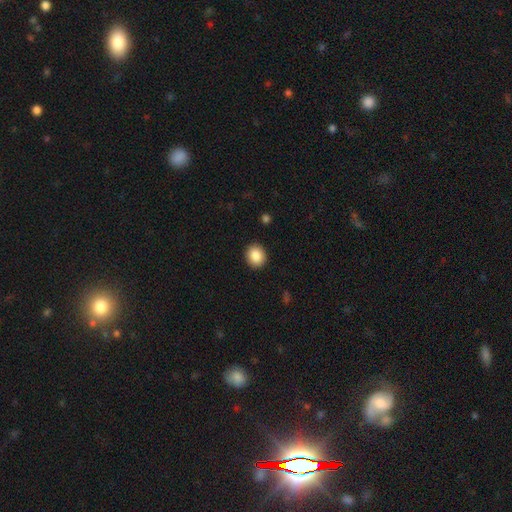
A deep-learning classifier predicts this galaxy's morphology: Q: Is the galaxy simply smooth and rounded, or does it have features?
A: smooth — 87%.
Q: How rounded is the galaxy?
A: round — 72%.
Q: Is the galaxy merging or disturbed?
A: none — 91%.